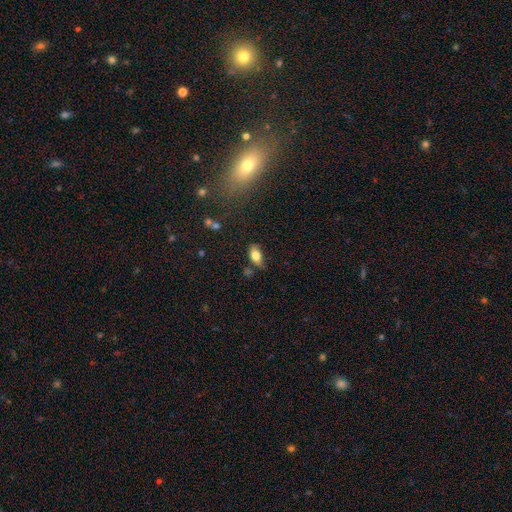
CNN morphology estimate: smooth-or-featured: smooth: 77% | featured or disk: 14% | star or artifact: 8%
  how-rounded: in between: 88% | round: 7% | cigar-shaped: 5%
  merging: none: 61% | minor disturbance: 27% | major disturbance: 7% | merger: 6%